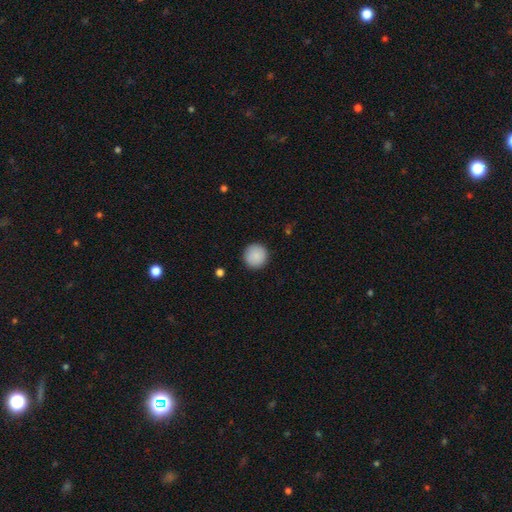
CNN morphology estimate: Q: Smooth or featured?
A: smooth (89%); runner-up: star or artifact (7%)
Q: How rounded?
A: round (95%); runner-up: in between (4%)
Q: Merging?
A: none (92%); runner-up: minor disturbance (5%)